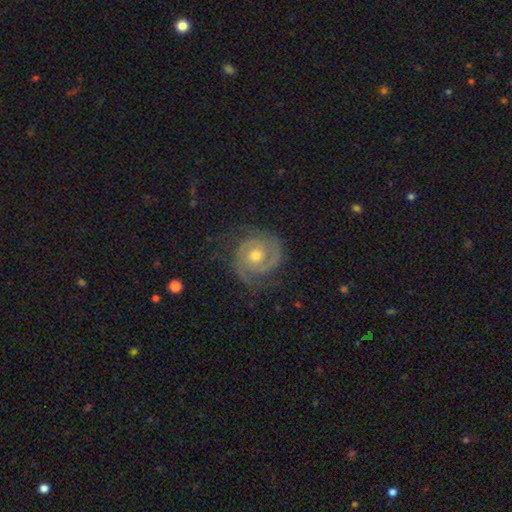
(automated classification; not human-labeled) Morphology: type=featured or disk (87%); edge-on=no (98%); bar=no (71%); spiral arms=yes (97%); winding=tight (65%); arm count=2 (77%); bulge=moderate (67%); merging=none (75%).